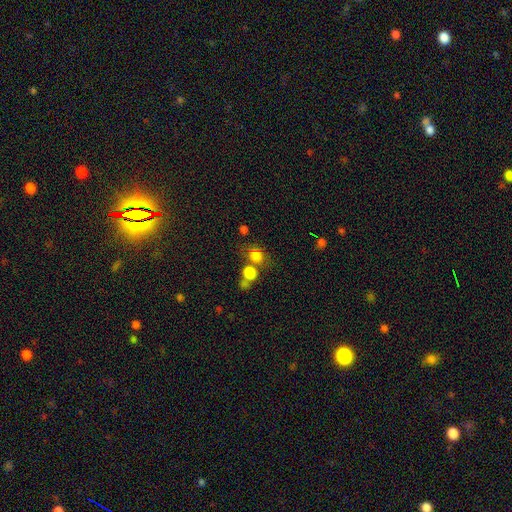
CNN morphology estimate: smooth 78%, star or artifact 13%, featured or disk 9%. Down the decision tree: how rounded — round (62%); merging — none (48%).